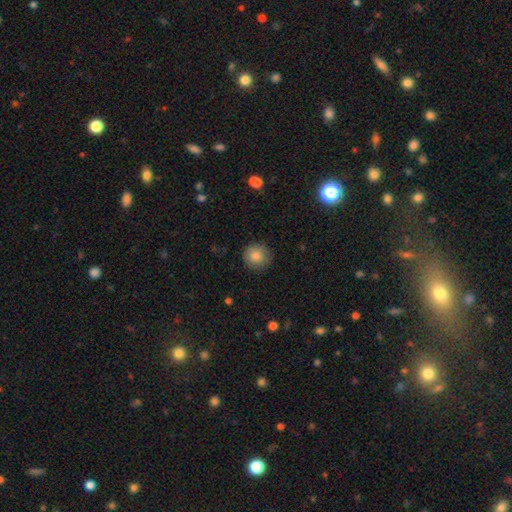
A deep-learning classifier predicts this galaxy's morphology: smooth 84%, star or artifact 9%, featured or disk 7%. Down the decision tree: how rounded — round (94%); merging — none (88%).